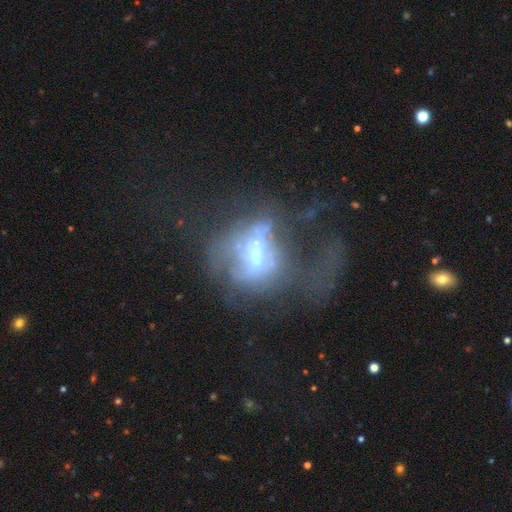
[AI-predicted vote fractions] A featured or disk galaxy (62%) with no bar (62%), no spiral arms (70%) and a moderate central bulge (48%). Merging: major disturbance (54%).